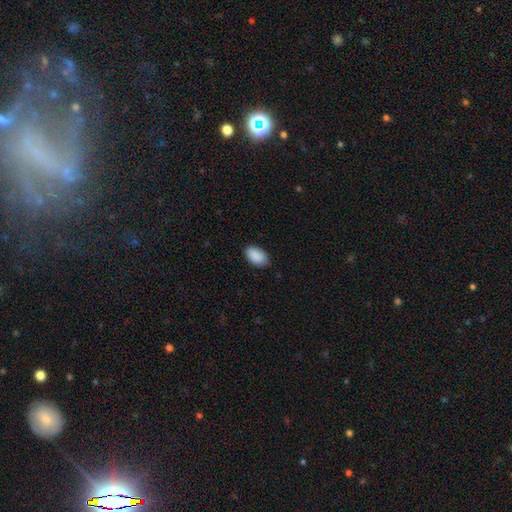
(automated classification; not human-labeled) Smooth or featured: smooth — 90% (star or artifact — 7%)
How rounded: in between — 92% (round — 7%)
Merging: none — 81% (minor disturbance — 15%)